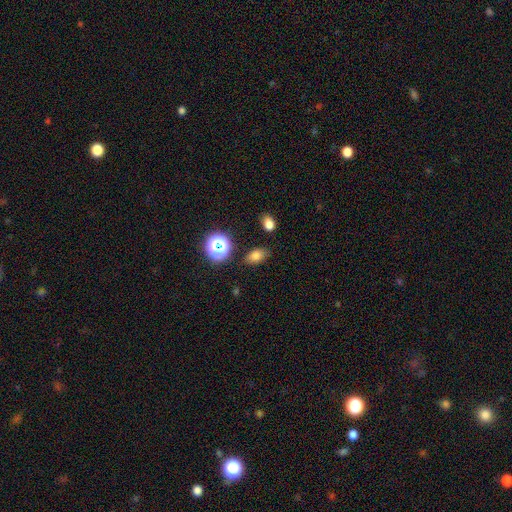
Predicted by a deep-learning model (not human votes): Smooth or featured: smooth — 75% (star or artifact — 16%)
How rounded: in between — 81% (round — 16%)
Merging: none — 83% (minor disturbance — 11%)